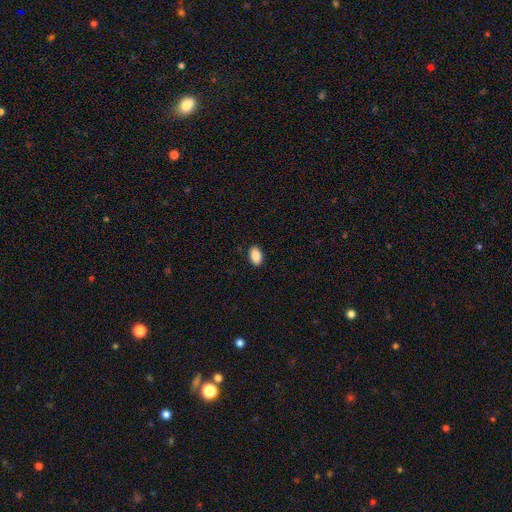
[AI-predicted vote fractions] Overall: smooth (88%). How rounded: in between (92%). Merging: none (90%).